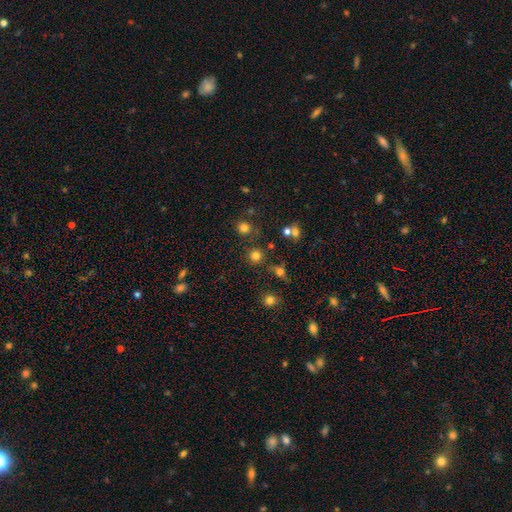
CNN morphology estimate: type=smooth (76%); roundness=round (92%); merging=none (80%).